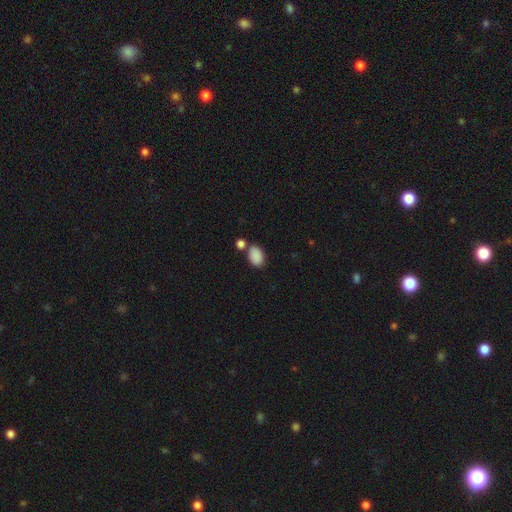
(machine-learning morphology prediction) Smooth or featured? smooth (88%)
How rounded? in between (85%)
Merging? none (64%)